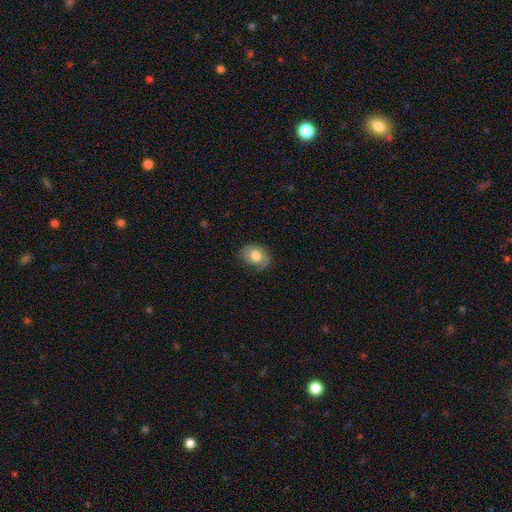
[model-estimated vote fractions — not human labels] A smooth galaxy with no disk features (51%) that is in between round and cigar-shaped (54%).

Vote fractions:
- Smooth or featured? smooth: 51% / featured or disk: 41% / star or artifact: 7%
- How rounded? in between: 54% / round: 45% / cigar-shaped: 1%
- Merging? none: 67% / minor disturbance: 22% / major disturbance: 9% / merger: 1%